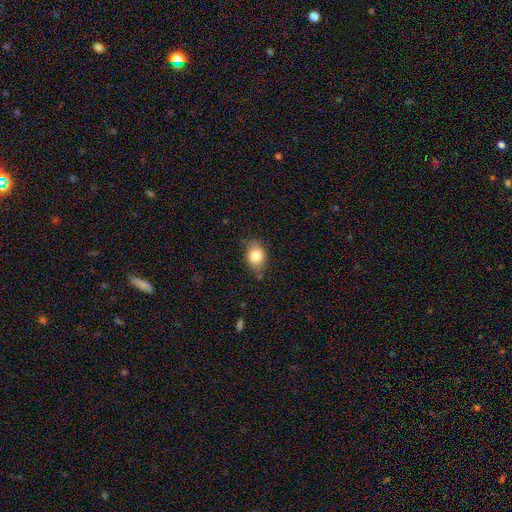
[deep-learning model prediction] Overall: smooth (83%). How rounded: in between (68%; round 30%). Merging: none (73%).